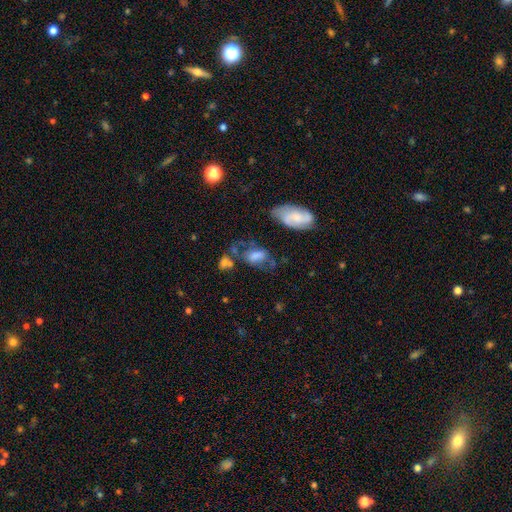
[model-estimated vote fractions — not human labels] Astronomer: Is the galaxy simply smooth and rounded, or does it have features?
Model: smooth — 50% (runner-up: featured or disk, 37%).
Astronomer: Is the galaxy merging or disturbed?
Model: none — 40% (runner-up: minor disturbance, 23%).